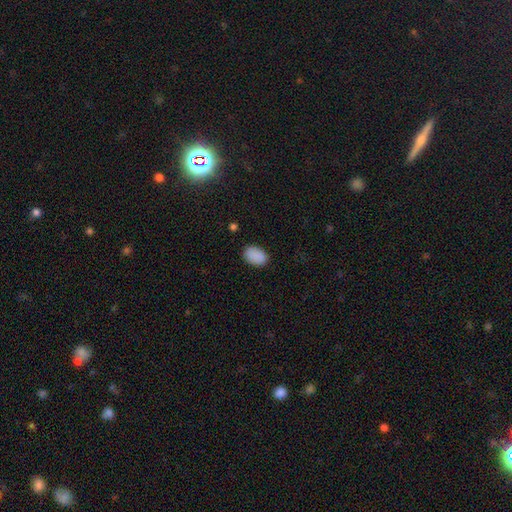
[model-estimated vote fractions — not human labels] Smooth or featured? Predicted: smooth (p=0.89). How rounded? Predicted: in between (p=0.88). Merging? Predicted: none (p=0.86).